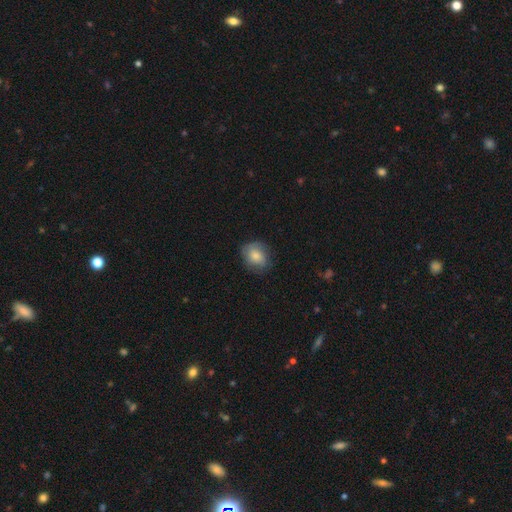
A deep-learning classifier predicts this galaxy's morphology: A smooth galaxy with no disk features (75%) that is round (56%).

Vote fractions:
- Smooth or featured? smooth: 75% / featured or disk: 18% / star or artifact: 7%
- How rounded? round: 56% / in between: 43% / cigar-shaped: 1%
- Merging? none: 72% / minor disturbance: 21% / major disturbance: 6% / merger: 1%